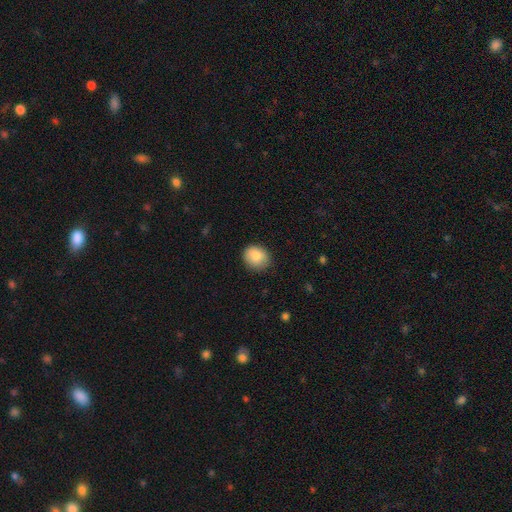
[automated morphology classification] This is clearly a smooth galaxy (85%). How rounded: likely round (65%). Merging: clearly none (82%).